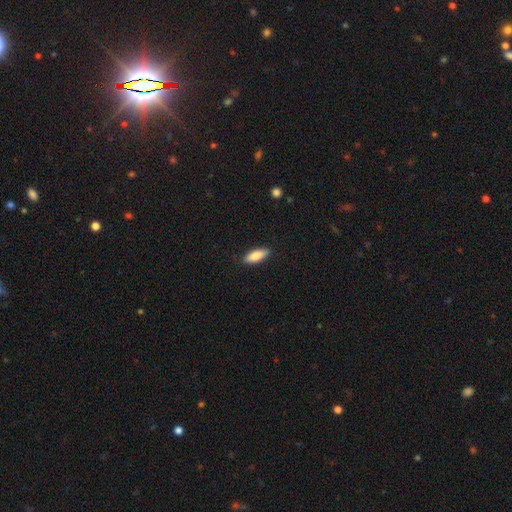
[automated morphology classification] smooth_or_featured: smooth (p=0.83) [alt: featured or disk p=0.11]
how_rounded: in between (p=0.63) [alt: cigar-shaped p=0.35]
merging: none (p=0.87) [alt: minor disturbance p=0.10]